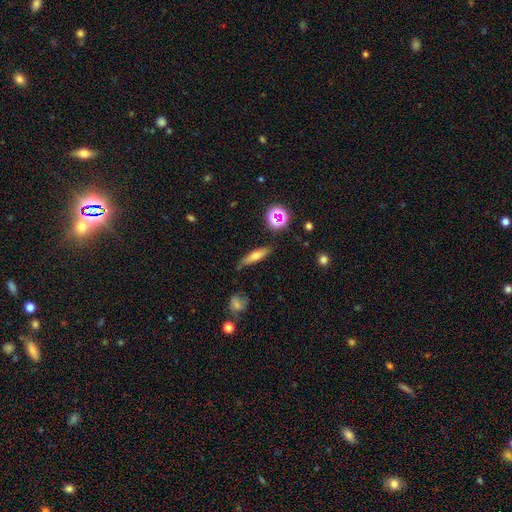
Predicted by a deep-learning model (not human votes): Smooth or featured? Predicted: smooth (p=0.57). How rounded? Predicted: cigar-shaped (p=0.70). Merging? Predicted: none (p=0.75).